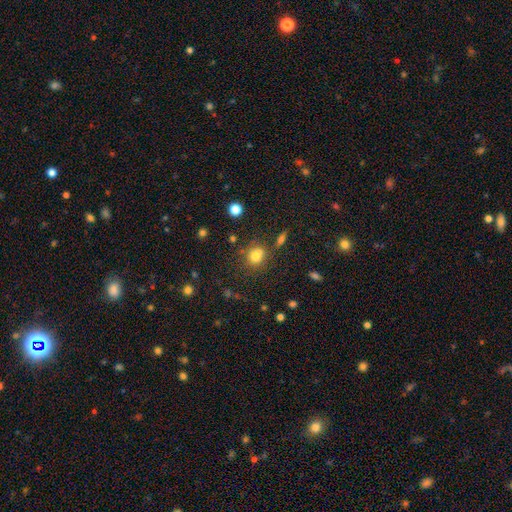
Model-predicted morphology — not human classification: A smooth galaxy with no disk features (74%) that is round (72%). Merging: none (59%).